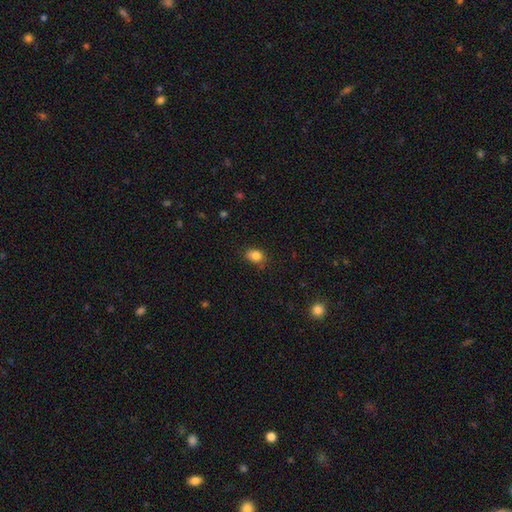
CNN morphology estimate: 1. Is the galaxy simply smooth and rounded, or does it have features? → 84% smooth, 10% star or artifact, 6% featured or disk.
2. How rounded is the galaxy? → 63% in between, 36% round, 1% cigar-shaped.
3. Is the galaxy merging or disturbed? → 75% none, 19% minor disturbance, 4% major disturbance, 2% merger.